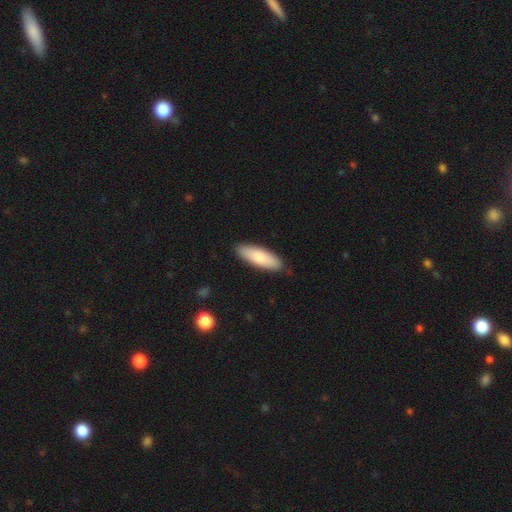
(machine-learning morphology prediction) smooth-or-featured: smooth: 79% | featured or disk: 16% | star or artifact: 5%
  how-rounded: in between: 53% | cigar-shaped: 45% | round: 2%
  merging: none: 86% | minor disturbance: 11% | major disturbance: 2% | merger: 1%